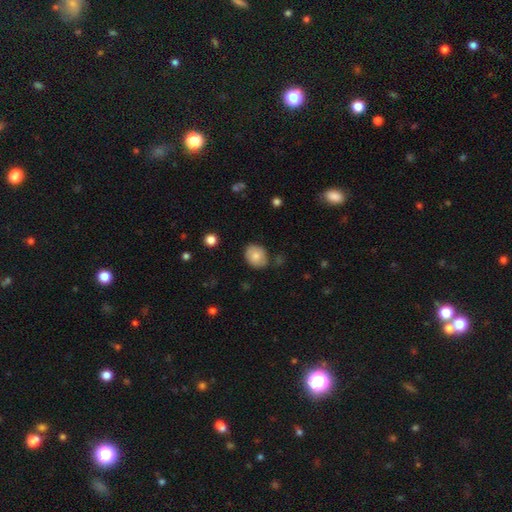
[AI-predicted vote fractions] Smooth or featured? smooth (78%)
How rounded? in between (54%)
Merging? none (77%)